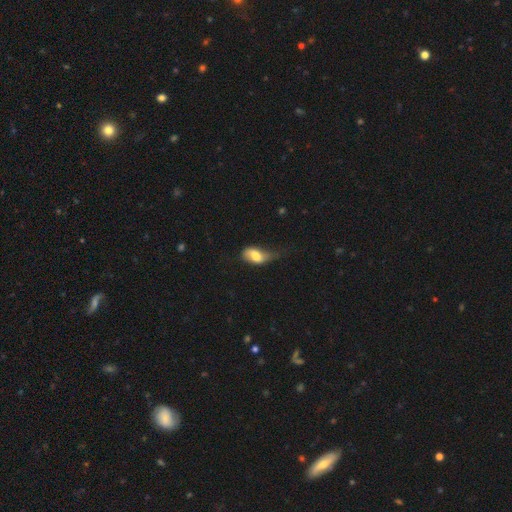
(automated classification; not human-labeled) This appears to be a smooth galaxy with no disk features (65%) that is in between round and cigar-shaped (87%). Merging: minor disturbance (42%).